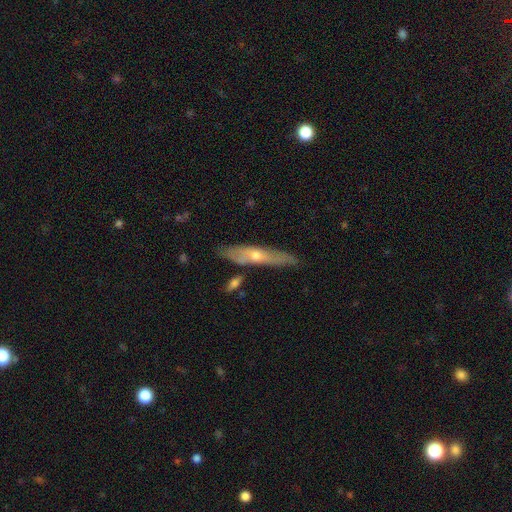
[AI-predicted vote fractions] smooth_or_featured: featured or disk (p=0.60) [alt: smooth p=0.34]
disk_edge_on: yes (p=0.70) [alt: no p=0.30]
merging: none (p=0.73) [alt: minor disturbance p=0.16]